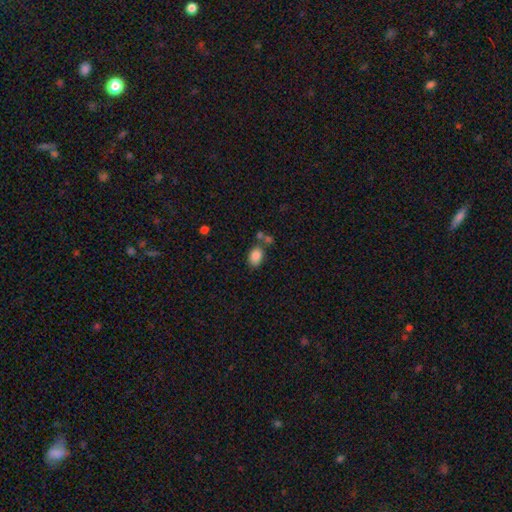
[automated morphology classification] Smooth or featured?
  - smooth: 85% *
  - star or artifact: 9%
  - featured or disk: 6%
How rounded?
  - in between: 79% *
  - round: 20%
  - cigar-shaped: 1%
Merging?
  - none: 62% *
  - merger: 18%
  - minor disturbance: 14%
  - major disturbance: 5%